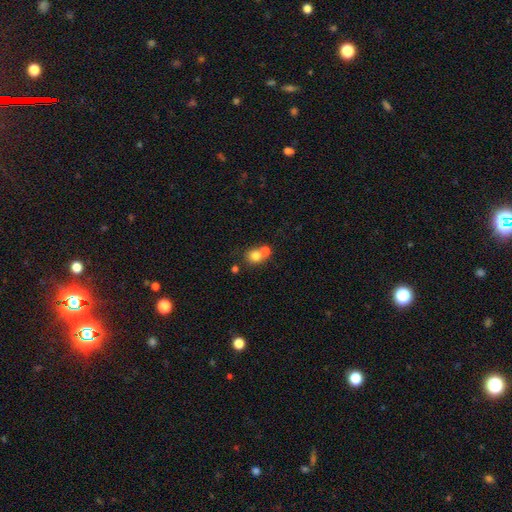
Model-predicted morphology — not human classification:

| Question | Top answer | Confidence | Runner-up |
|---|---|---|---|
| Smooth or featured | smooth | 77% | star or artifact (13%) |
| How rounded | round | 82% | in between (17%) |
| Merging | none | 47% | merger (43%) |